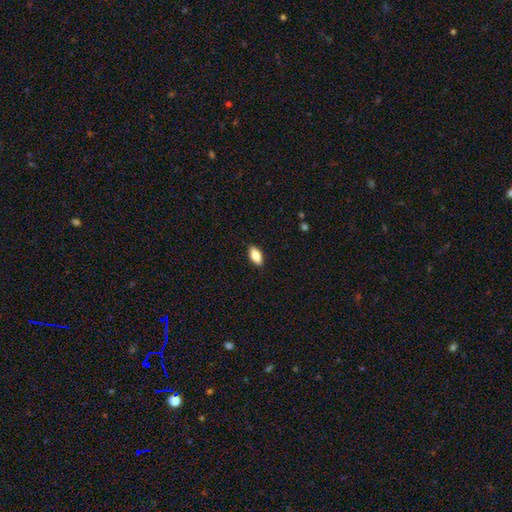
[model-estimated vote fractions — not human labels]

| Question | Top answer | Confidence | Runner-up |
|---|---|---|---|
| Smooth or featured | smooth | 83% | featured or disk (10%) |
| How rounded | in between | 90% | cigar-shaped (7%) |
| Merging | none | 90% | minor disturbance (8%) |